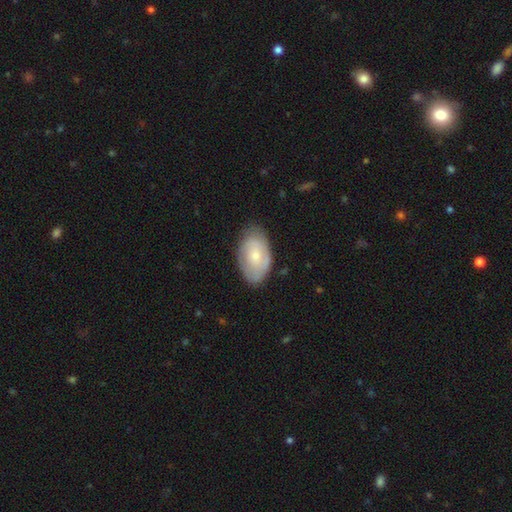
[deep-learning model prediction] Smooth or featured: smooth — 54% (featured or disk — 40%)
How rounded: in between — 92% (round — 7%)
Merging: none — 73% (minor disturbance — 21%)